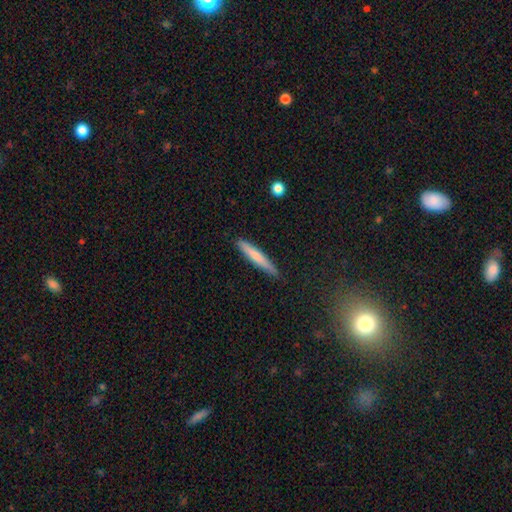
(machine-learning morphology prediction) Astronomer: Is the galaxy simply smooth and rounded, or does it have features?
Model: smooth — 68%.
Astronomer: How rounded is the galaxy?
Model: cigar-shaped — 94%.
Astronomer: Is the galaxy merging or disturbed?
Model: none — 88%.